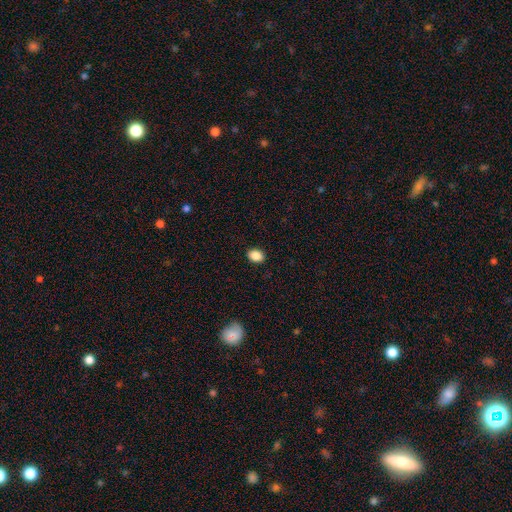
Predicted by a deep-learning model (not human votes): Morphology: type=smooth (88%); roundness=in between (69%); merging=none (90%).